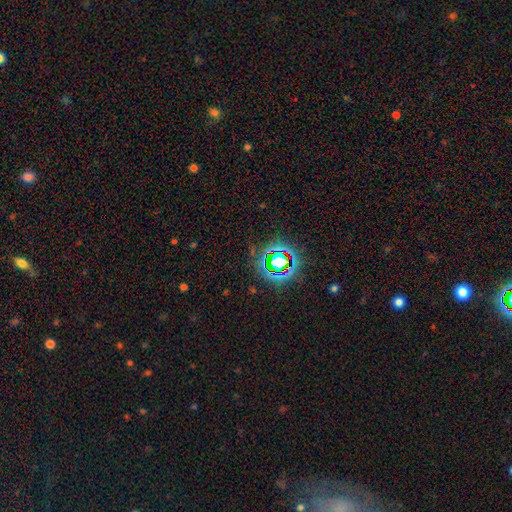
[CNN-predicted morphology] Smooth or featured? Predicted: star or artifact (p=0.76).